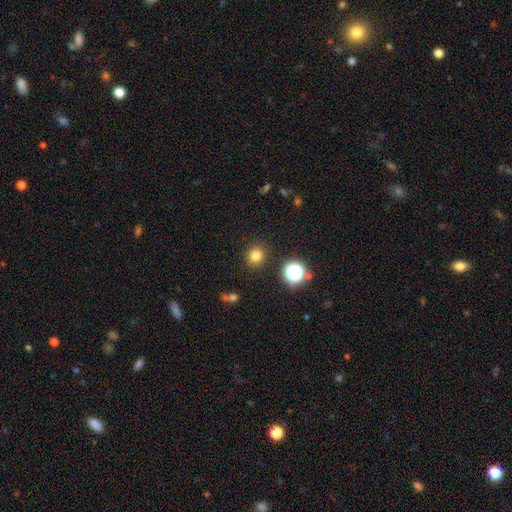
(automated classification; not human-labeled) A smooth galaxy with no disk features (79%) that is round (89%). Merging: none (89%).